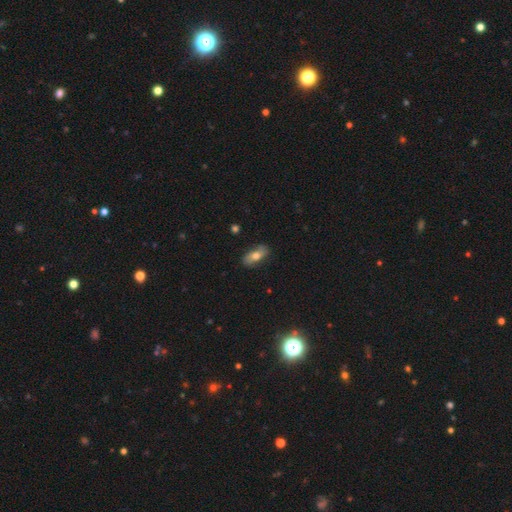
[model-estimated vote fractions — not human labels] Smooth or featured? Predicted: smooth (p=0.64). How rounded? Predicted: in between (p=0.79). Merging? Predicted: none (p=0.81).